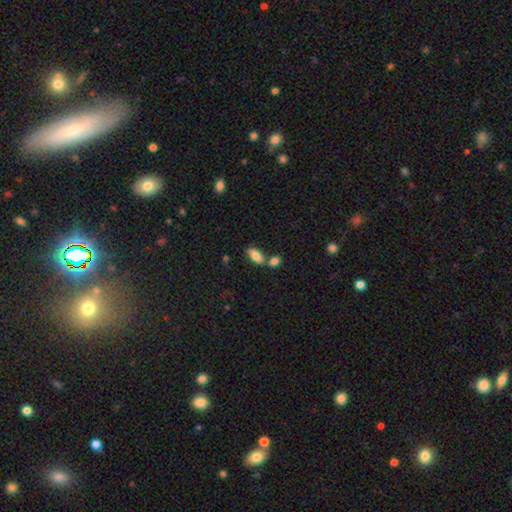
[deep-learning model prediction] Smooth or featured?
  - smooth: 78% *
  - featured or disk: 15%
  - star or artifact: 8%
How rounded?
  - in between: 88% *
  - cigar-shaped: 9%
  - round: 3%
Merging?
  - none: 56% *
  - merger: 29%
  - minor disturbance: 11%
  - major disturbance: 4%